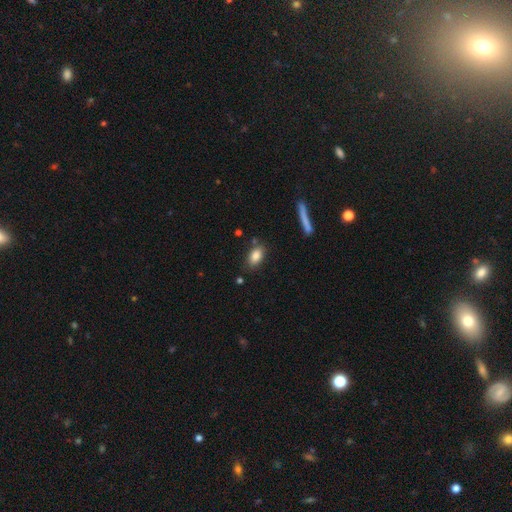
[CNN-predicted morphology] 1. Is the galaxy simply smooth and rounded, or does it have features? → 85% smooth, 8% star or artifact, 7% featured or disk.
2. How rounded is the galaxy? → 87% in between, 8% round, 5% cigar-shaped.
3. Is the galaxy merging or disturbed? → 80% none, 13% minor disturbance, 5% merger, 3% major disturbance.